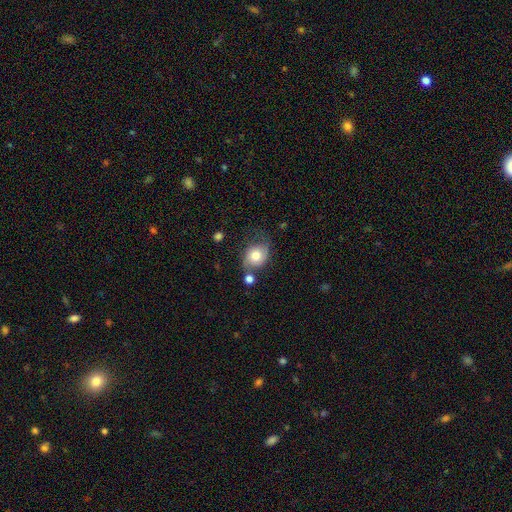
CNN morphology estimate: A smooth galaxy with no disk features (67%) that is round (51%). Merging: none (49%).